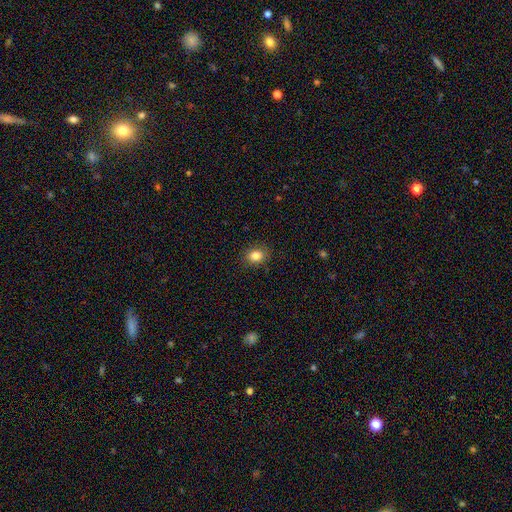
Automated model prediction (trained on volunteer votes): Q: Smooth or featured?
A: smooth (84%); runner-up: star or artifact (10%)
Q: How rounded?
A: in between (52%); runner-up: round (47%)
Q: Merging?
A: none (88%); runner-up: minor disturbance (9%)